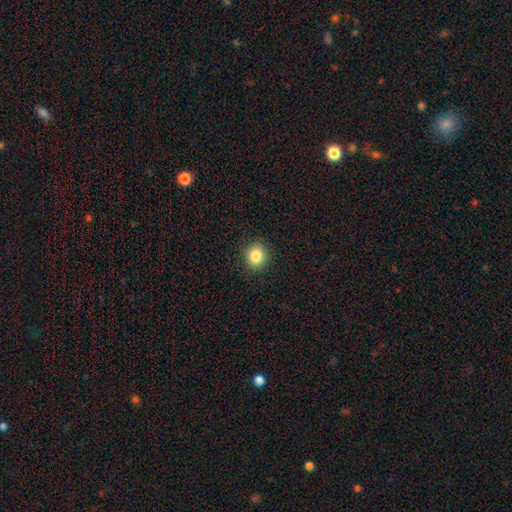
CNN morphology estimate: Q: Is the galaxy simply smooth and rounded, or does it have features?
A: smooth — 85%.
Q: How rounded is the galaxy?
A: round — 77%.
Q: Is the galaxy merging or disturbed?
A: none — 90%.